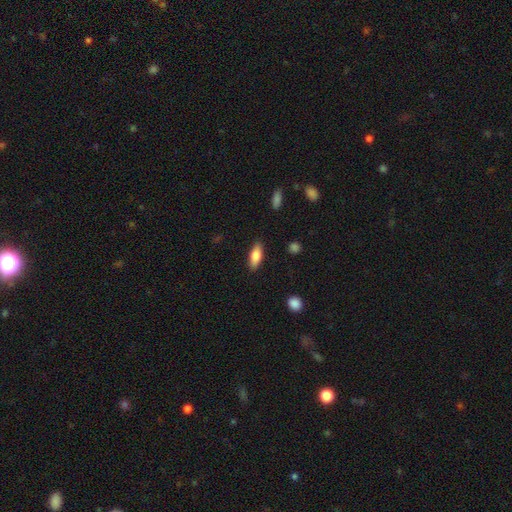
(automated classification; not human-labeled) Smooth or featured? Predicted: smooth (p=0.77). How rounded? Predicted: in between (p=0.71). Merging? Predicted: none (p=0.87).